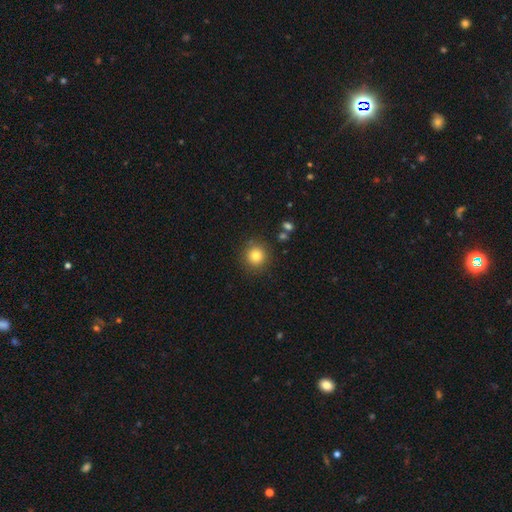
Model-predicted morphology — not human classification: Smooth or featured? Predicted: smooth (p=0.81). How rounded? Predicted: round (p=0.94). Merging? Predicted: none (p=0.87).